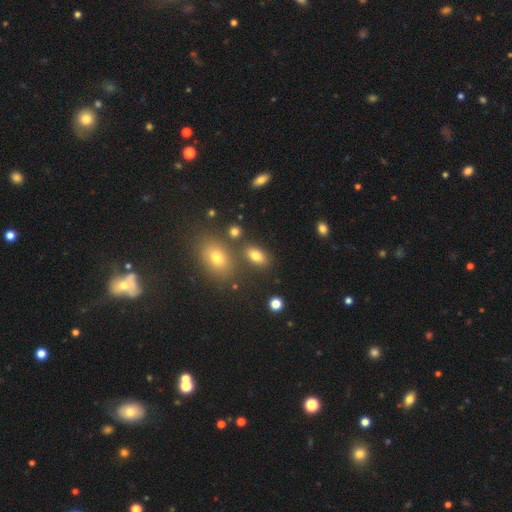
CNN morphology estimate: Smooth or featured?
  - smooth: 79% *
  - star or artifact: 12%
  - featured or disk: 10%
How rounded?
  - in between: 87% *
  - round: 9%
  - cigar-shaped: 3%
Merging?
  - none: 76% *
  - minor disturbance: 11%
  - merger: 9%
  - major disturbance: 4%